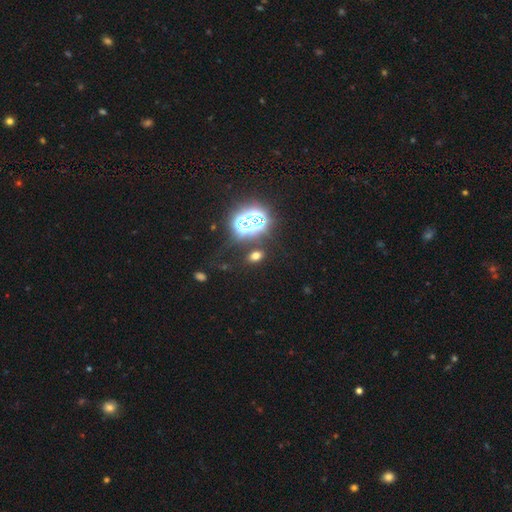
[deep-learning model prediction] A smooth galaxy with no disk features (53%) that is in between round and cigar-shaped (70%).

Vote fractions:
- Smooth or featured? smooth: 53% / star or artifact: 36% / featured or disk: 12%
- How rounded? in between: 70% / round: 27% / cigar-shaped: 3%
- Merging? none: 77% / minor disturbance: 10% / merger: 8% / major disturbance: 5%